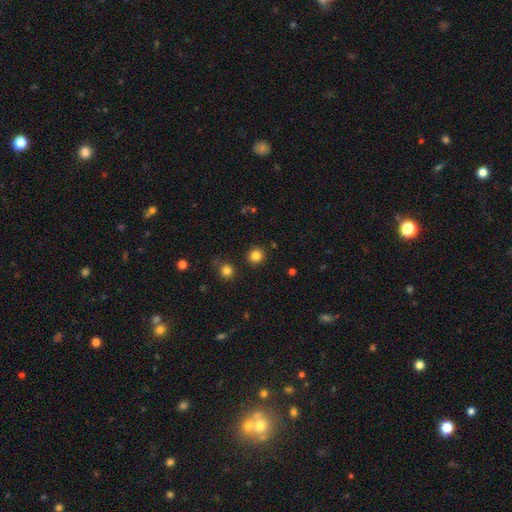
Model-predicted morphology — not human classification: smooth_or_featured: smooth (p=0.83) [alt: star or artifact p=0.13]
how_rounded: round (p=0.93) [alt: in between p=0.06]
merging: none (p=0.90) [alt: minor disturbance p=0.05]